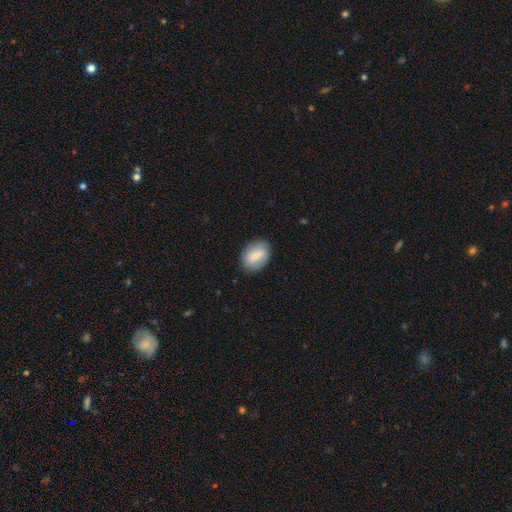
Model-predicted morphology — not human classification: Overall: smooth (74%). How rounded: in between (75%). Merging: none (83%).